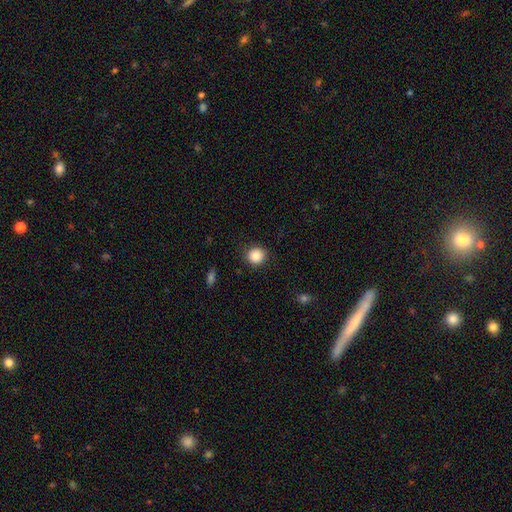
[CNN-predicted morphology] Overall: smooth (85%). How rounded: round (91%). Merging: none (89%).